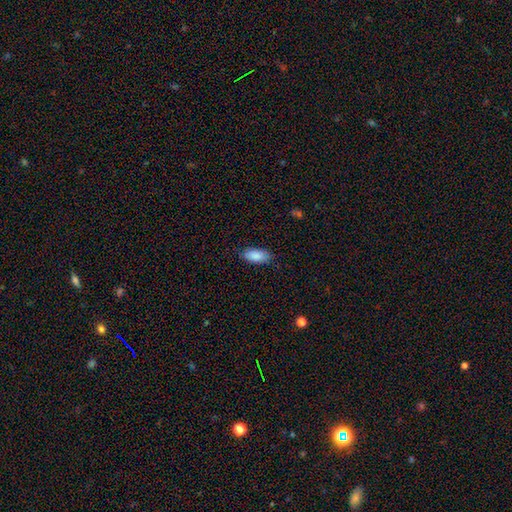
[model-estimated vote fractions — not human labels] A smooth galaxy with no disk features (88%) that is in between round and cigar-shaped (89%).

Vote fractions:
- Smooth or featured? smooth: 88% / star or artifact: 6% / featured or disk: 6%
- How rounded? in between: 89% / cigar-shaped: 9% / round: 2%
- Merging? none: 82% / minor disturbance: 14% / major disturbance: 3% / merger: 1%